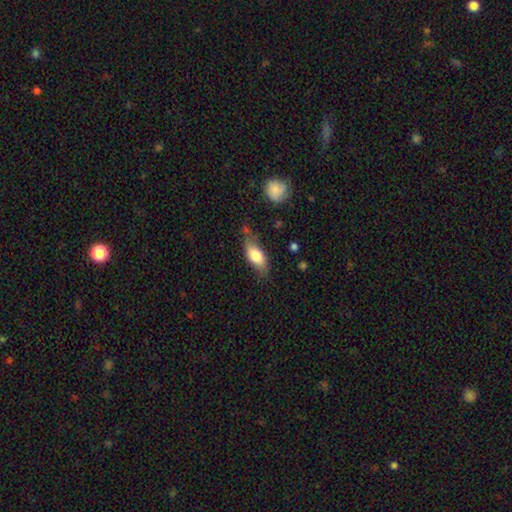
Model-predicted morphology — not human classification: smooth_or_featured: smooth (p=0.74) [alt: featured or disk p=0.19]
how_rounded: in between (p=0.82) [alt: cigar-shaped p=0.14]
merging: none (p=0.60) [alt: minor disturbance p=0.28]